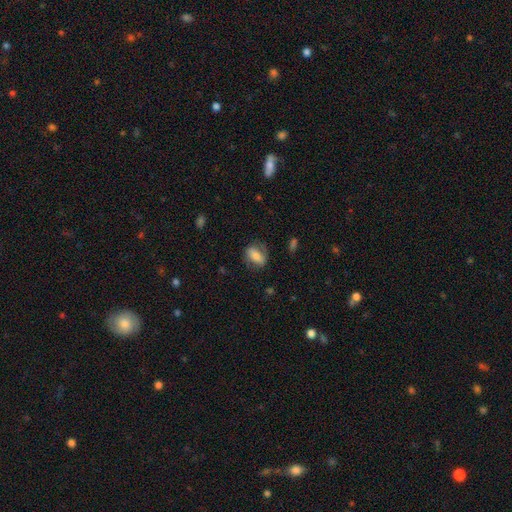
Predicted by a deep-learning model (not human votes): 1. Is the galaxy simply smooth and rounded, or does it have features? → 62% smooth, 31% featured or disk, 7% star or artifact.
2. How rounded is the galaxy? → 79% in between, 15% round, 6% cigar-shaped.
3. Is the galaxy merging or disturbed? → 67% none, 20% minor disturbance, 11% major disturbance, 2% merger.